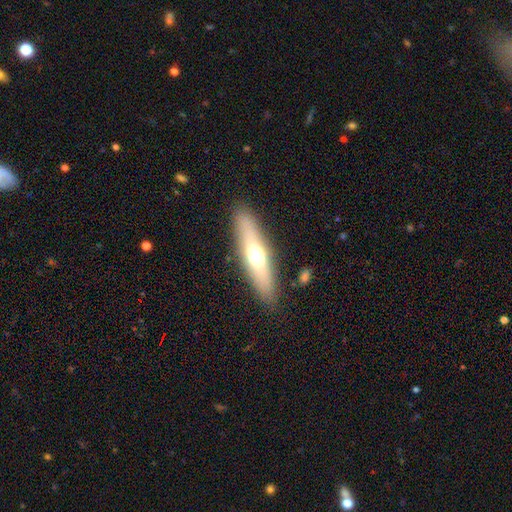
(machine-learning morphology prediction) Overall: smooth (52%; featured or disk 41%). How rounded: cigar-shaped (68%; in between 29%). Merging: none (87%).